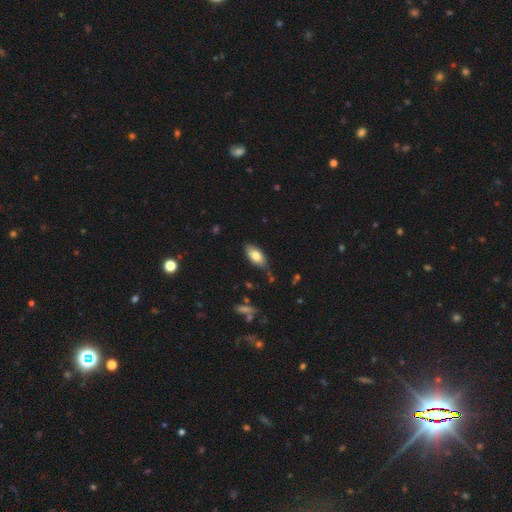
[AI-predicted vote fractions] A smooth galaxy with no disk features (78%) that is in between round and cigar-shaped (90%). Merging: none (73%).